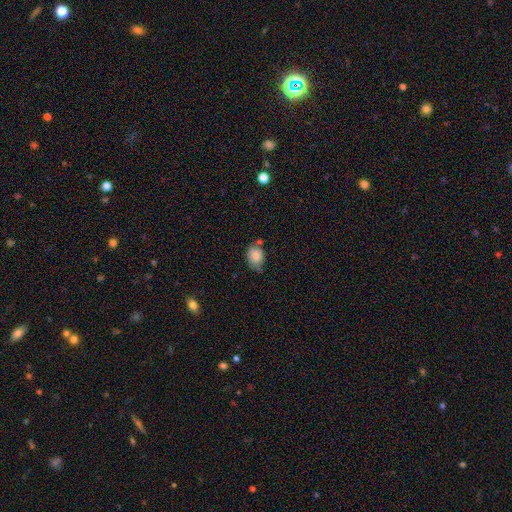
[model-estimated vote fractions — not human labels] Q: Smooth or featured?
A: smooth (80%); runner-up: featured or disk (11%)
Q: How rounded?
A: in between (54%); runner-up: round (45%)
Q: Merging?
A: none (46%); runner-up: minor disturbance (34%)